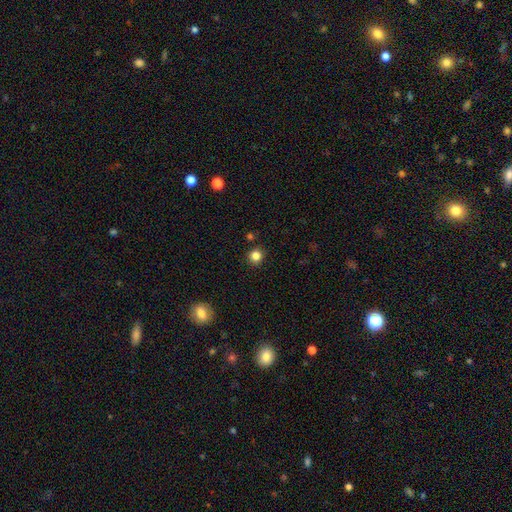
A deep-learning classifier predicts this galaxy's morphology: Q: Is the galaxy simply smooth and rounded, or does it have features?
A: smooth — 83%.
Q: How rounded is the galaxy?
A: round — 91%.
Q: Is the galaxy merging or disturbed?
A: none — 90%.